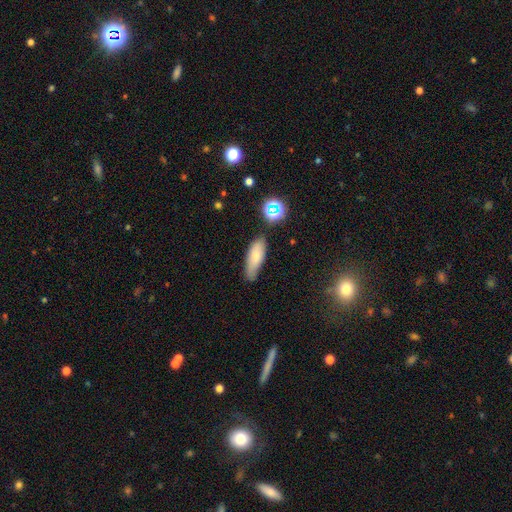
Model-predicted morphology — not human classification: Overall: smooth (76%). How rounded: in between (64%; cigar-shaped 32%). Merging: none (69%).